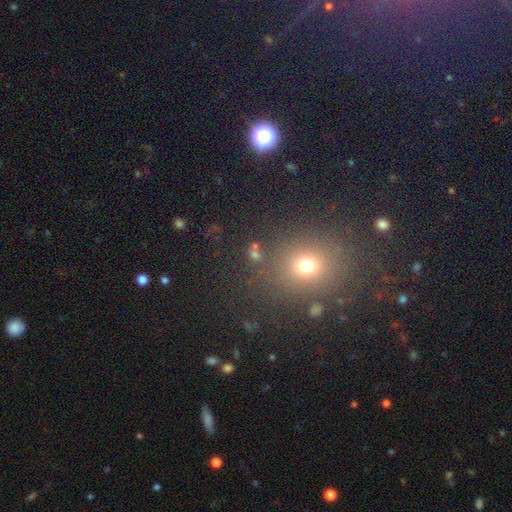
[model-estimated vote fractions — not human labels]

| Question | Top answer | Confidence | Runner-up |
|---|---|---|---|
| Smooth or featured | smooth | 59% | star or artifact (32%) |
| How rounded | round | 74% | in between (24%) |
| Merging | none | 81% | minor disturbance (8%) |